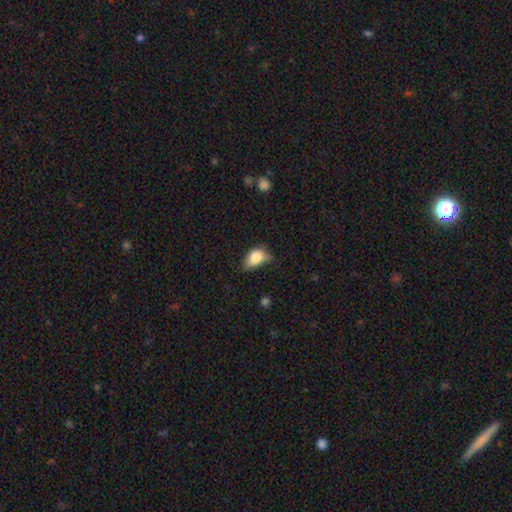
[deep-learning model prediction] Q: Smooth or featured?
A: smooth (81%); runner-up: featured or disk (11%)
Q: How rounded?
A: in between (79%); runner-up: round (19%)
Q: Merging?
A: minor disturbance (46%); runner-up: none (31%)